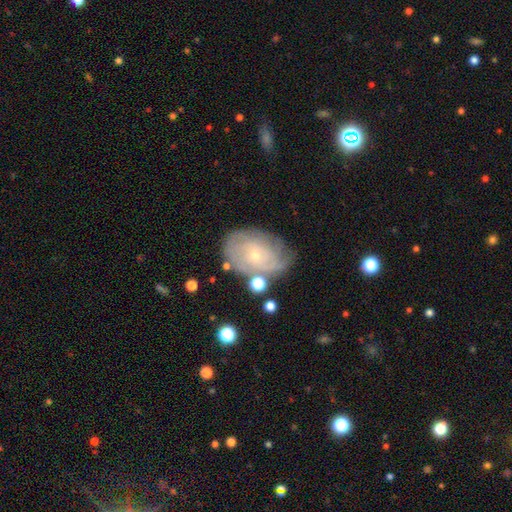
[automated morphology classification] smooth-or-featured: featured or disk: 72% | smooth: 21% | star or artifact: 7%
  disk-edge-on: no: 96% | yes: 4%
    bar: no: 78% | weak: 19% | strong: 3%
    has-spiral-arms: yes: 83% | no: 17%
      spiral-winding: tight: 66% | medium: 25% | loose: 9%
      spiral-arm-count: can't tell: 50% | 2: 21% | 3: 13% | 4: 7% | 1: 5% | more than 4: 5%
    bulge-size: small: 79% | moderate: 18% | none: 2% | large: 1% | dominant: 1%
  merging: none: 64% | minor disturbance: 22% | major disturbance: 8% | merger: 5%